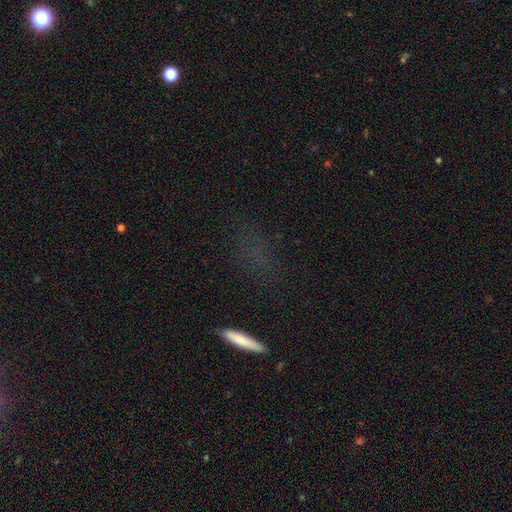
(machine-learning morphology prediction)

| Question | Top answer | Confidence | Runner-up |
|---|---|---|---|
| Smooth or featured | smooth | 46% | star or artifact (35%) |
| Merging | none | 73% | minor disturbance (14%) |